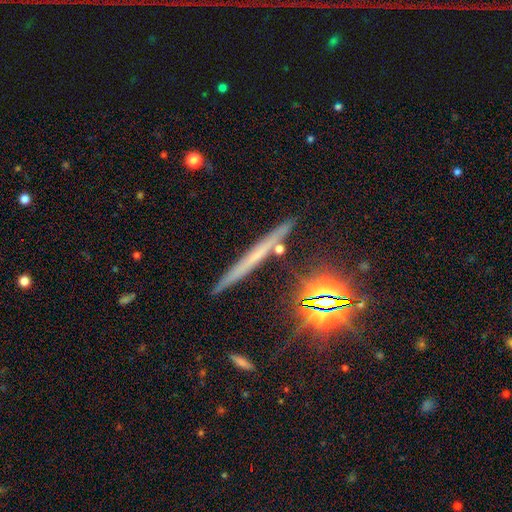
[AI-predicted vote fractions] Q: Smooth or featured?
A: featured or disk (45%); runner-up: smooth (32%)
Q: Merging?
A: none (85%); runner-up: minor disturbance (10%)